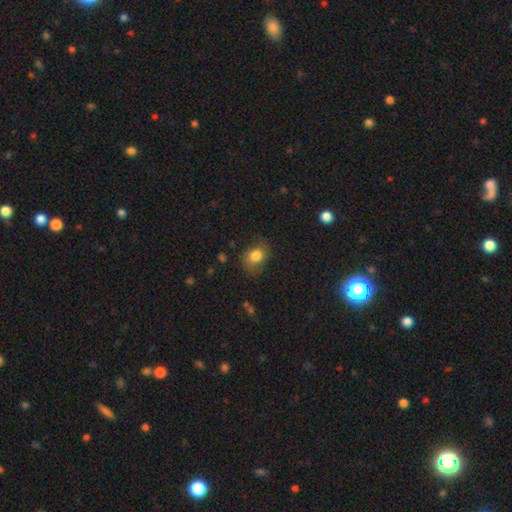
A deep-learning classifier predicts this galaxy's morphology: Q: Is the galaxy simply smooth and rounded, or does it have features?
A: smooth — 79%.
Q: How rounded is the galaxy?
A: in between — 57%.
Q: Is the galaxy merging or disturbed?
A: none — 66%.